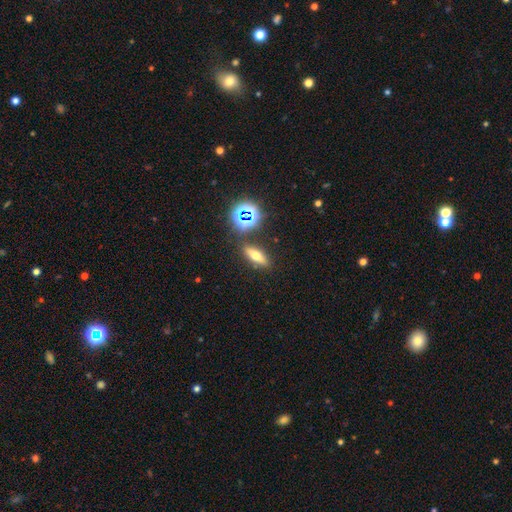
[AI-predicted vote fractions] Morphology: type=smooth (47%); merging=none (84%).